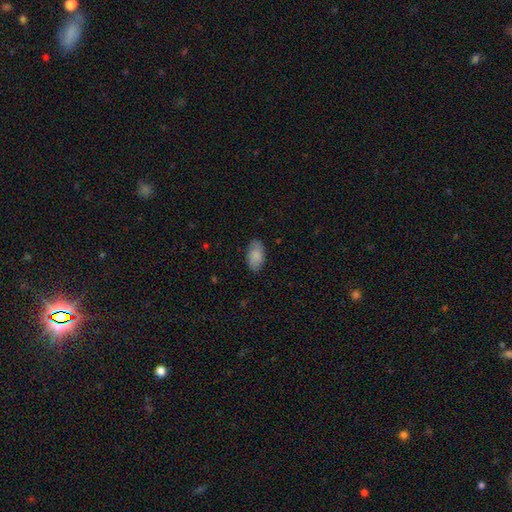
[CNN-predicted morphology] A smooth galaxy with no disk features (85%) that is in between round and cigar-shaped (94%).

Vote fractions:
- Smooth or featured? smooth: 85% / featured or disk: 9% / star or artifact: 6%
- How rounded? in between: 94% / round: 3% / cigar-shaped: 2%
- Merging? none: 83% / minor disturbance: 13% / major disturbance: 3% / merger: 1%